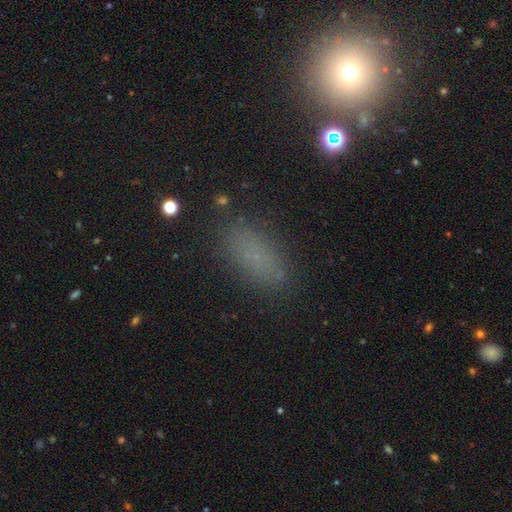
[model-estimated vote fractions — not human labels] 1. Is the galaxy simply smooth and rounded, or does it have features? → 69% smooth, 22% star or artifact, 8% featured or disk.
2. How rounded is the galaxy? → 79% in between, 14% cigar-shaped, 6% round.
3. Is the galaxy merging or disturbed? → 83% none, 10% minor disturbance, 4% major disturbance, 3% merger.